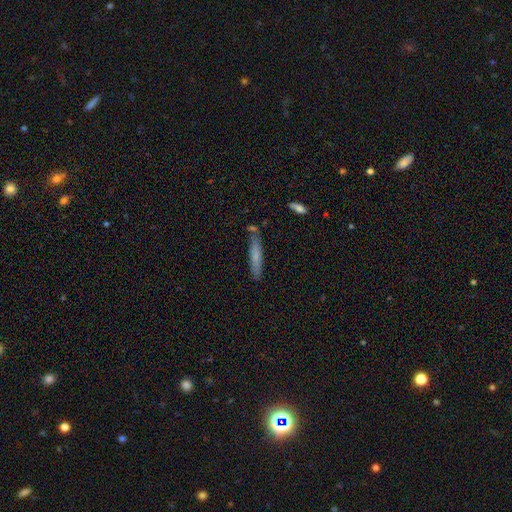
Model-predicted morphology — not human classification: A smooth galaxy with no disk features (69%) that is cigar-shaped (90%). Merging: none (78%).